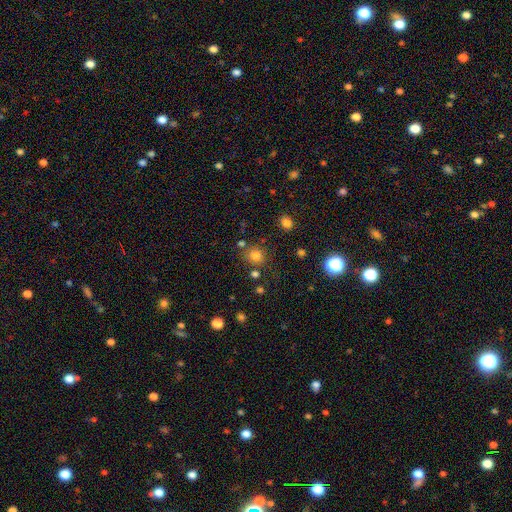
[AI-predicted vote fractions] This is likely a smooth galaxy (77%). How rounded: clearly round (84%). Merging: likely none (74%).